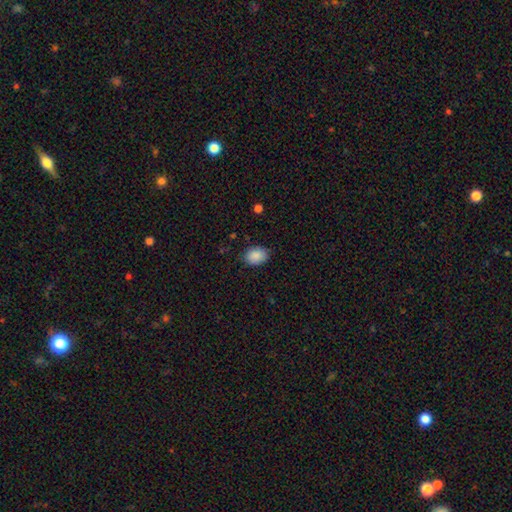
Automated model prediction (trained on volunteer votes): Smooth or featured?
  - smooth: 89% *
  - star or artifact: 8%
  - featured or disk: 3%
How rounded?
  - in between: 73% *
  - round: 26%
  - cigar-shaped: 1%
Merging?
  - none: 82% *
  - minor disturbance: 14%
  - major disturbance: 3%
  - merger: 1%